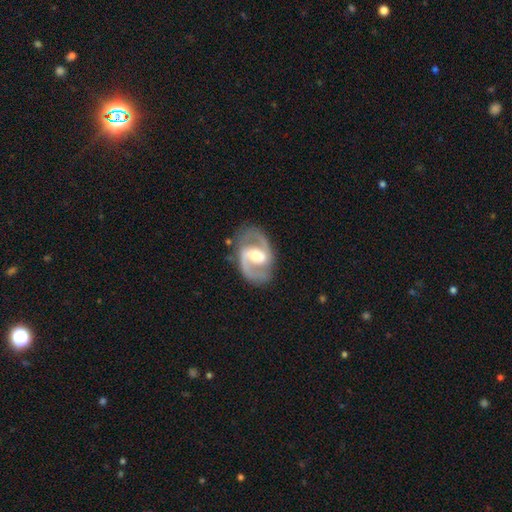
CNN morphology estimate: This is clearly a featured or disk galaxy (89%). It is clearly not viewed edge-on (97%). Bar: marginally weak (43%). Spiral arm pattern: clearly yes (96%). Spiral arm count: clearly 2 (93%). Spiral winding: likely medium (61%). Central bulge: likely moderate (67%). Merging: clearly none (81%).